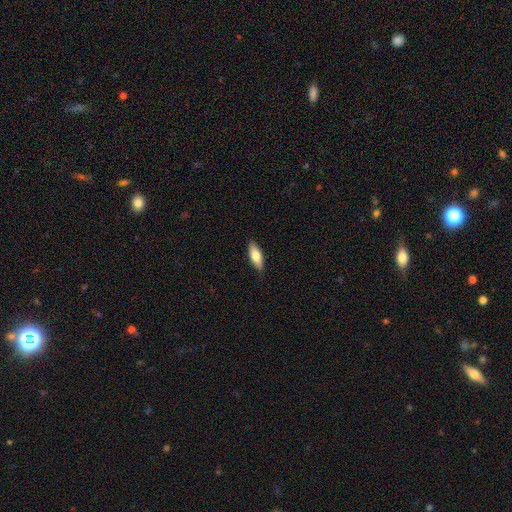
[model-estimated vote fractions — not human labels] Smooth or featured: smooth — 70% (featured or disk — 24%)
How rounded: in between — 69% (cigar-shaped — 29%)
Merging: none — 86% (minor disturbance — 11%)